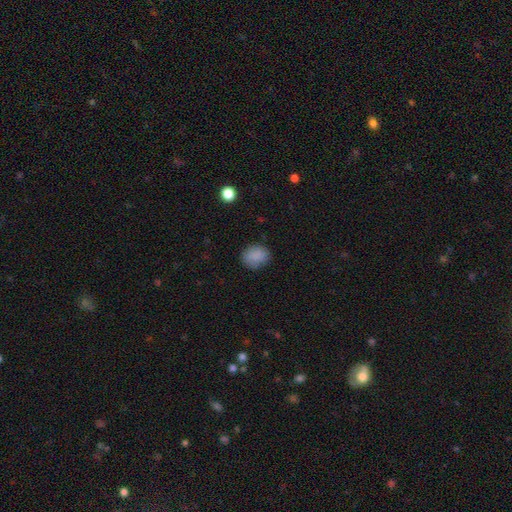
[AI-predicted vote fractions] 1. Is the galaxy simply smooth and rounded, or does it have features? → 87% smooth, 9% star or artifact, 5% featured or disk.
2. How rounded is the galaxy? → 55% round, 44% in between, 1% cigar-shaped.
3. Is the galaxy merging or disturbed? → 80% none, 15% minor disturbance, 3% major disturbance, 1% merger.